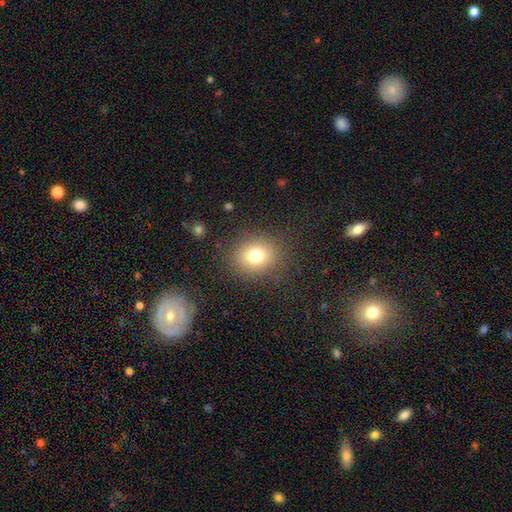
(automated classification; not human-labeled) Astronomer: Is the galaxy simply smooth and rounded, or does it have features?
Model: smooth — 77%.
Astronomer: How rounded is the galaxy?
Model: round — 69%.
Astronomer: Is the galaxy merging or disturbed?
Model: none — 85%.